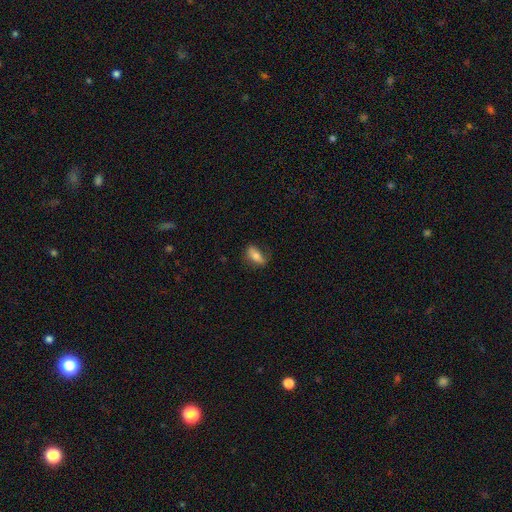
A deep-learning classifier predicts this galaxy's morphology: The model was most divided on "merging": none: 69%, minor disturbance: 22%, major disturbance: 7%, merger: 1%. More confident: how rounded — in between (82%); smooth or featured — smooth (71%).